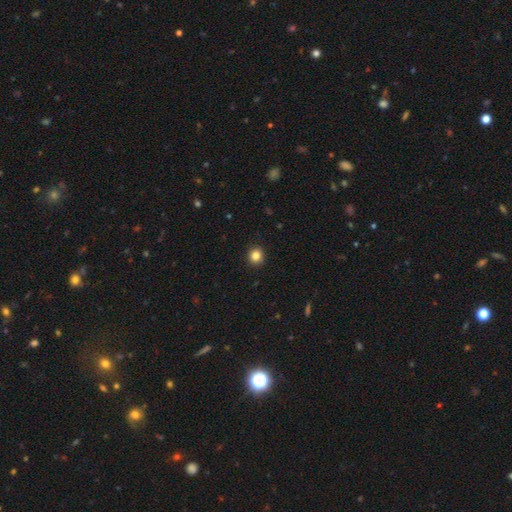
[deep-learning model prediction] smooth 84%, star or artifact 11%, featured or disk 5%. Down the decision tree: how rounded — round (90%); merging — none (93%).